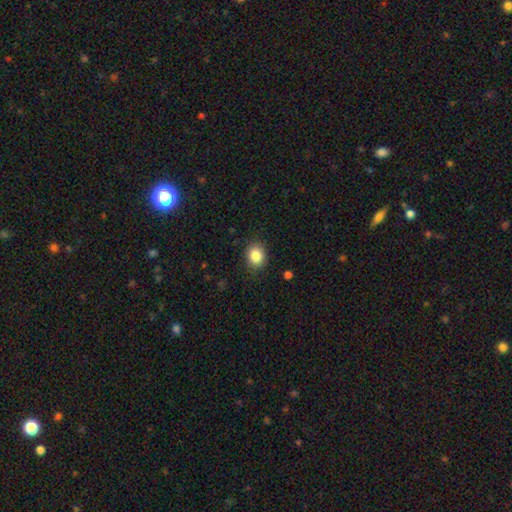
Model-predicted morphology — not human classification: Smooth or featured? smooth (85%)
How rounded? round (62%)
Merging? none (86%)